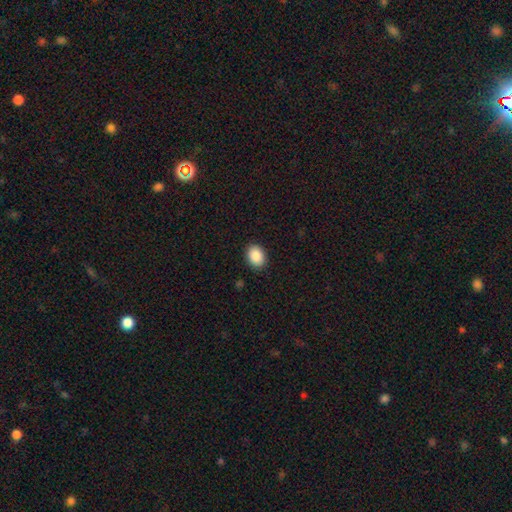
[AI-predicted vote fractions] Smooth or featured? smooth (89%)
How rounded? in between (69%)
Merging? none (90%)